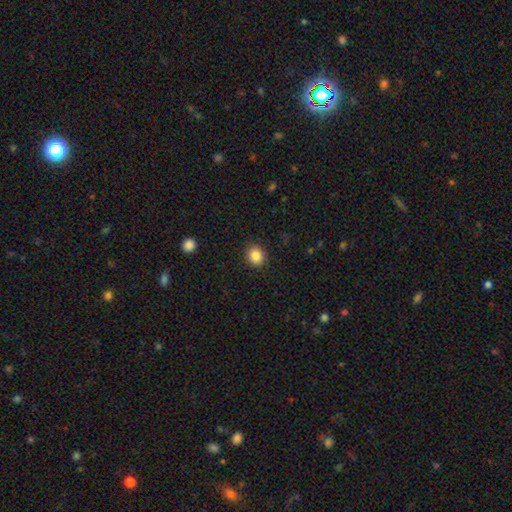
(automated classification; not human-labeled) Smooth or featured? smooth (85%)
How rounded? round (72%)
Merging? none (90%)